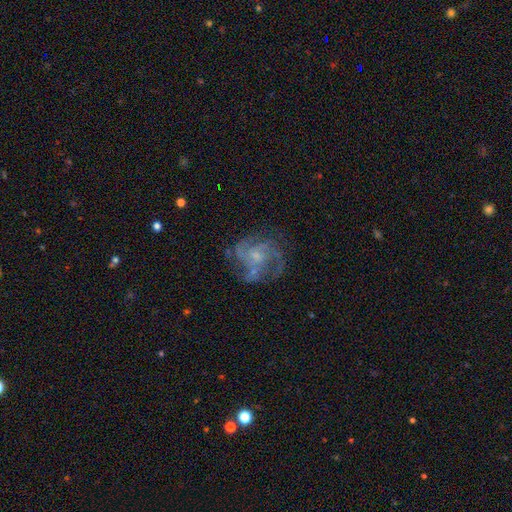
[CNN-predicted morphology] smooth_or_featured: featured or disk (p=0.82) [alt: star or artifact p=0.09]
disk_edge_on: no (p=0.98) [alt: yes p=0.02]
bar: no (p=0.63) [alt: weak p=0.31]
has_spiral_arms: yes (p=0.94) [alt: no p=0.06]
spiral_winding: medium (p=0.50) [alt: tight p=0.36]
spiral_arm_count: 3 (p=0.38) [alt: 4 p=0.21]
bulge_size: small (p=0.61) [alt: moderate p=0.25]
merging: none (p=0.68) [alt: minor disturbance p=0.17]